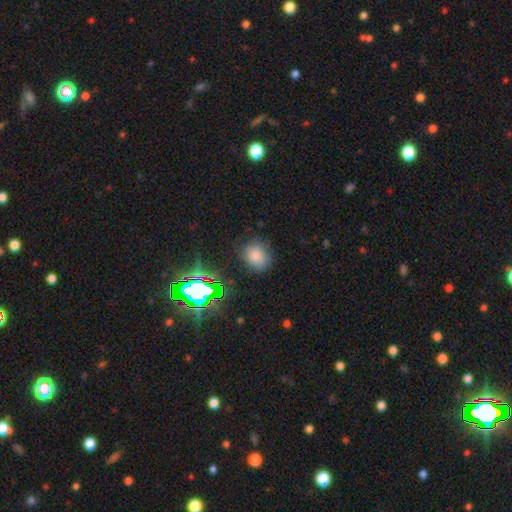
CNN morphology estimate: This appears to be a smooth galaxy with no disk features (68%) that is round (70%). Merging: none (82%).